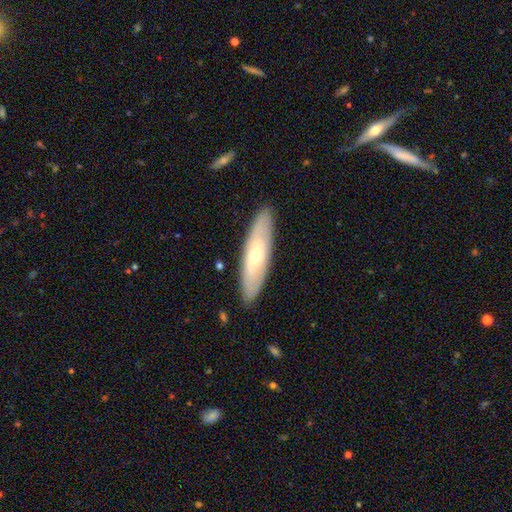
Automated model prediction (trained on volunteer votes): Smooth or featured: featured or disk — 48% (smooth — 46%)
Merging: none — 88% (minor disturbance — 9%)